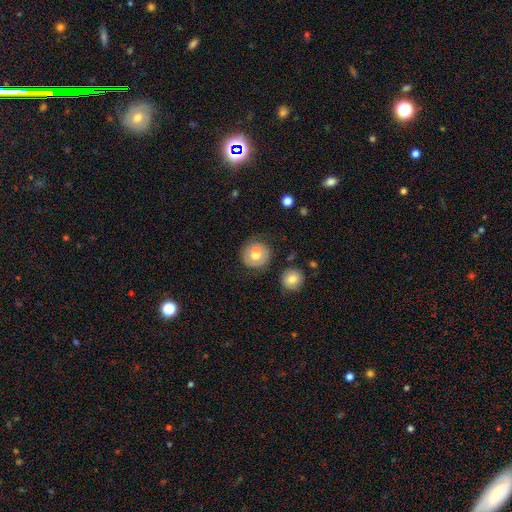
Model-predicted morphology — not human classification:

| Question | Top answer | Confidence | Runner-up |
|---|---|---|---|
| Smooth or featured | smooth | 62% | featured or disk (30%) |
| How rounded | round | 87% | in between (12%) |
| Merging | none | 71% | minor disturbance (15%) |